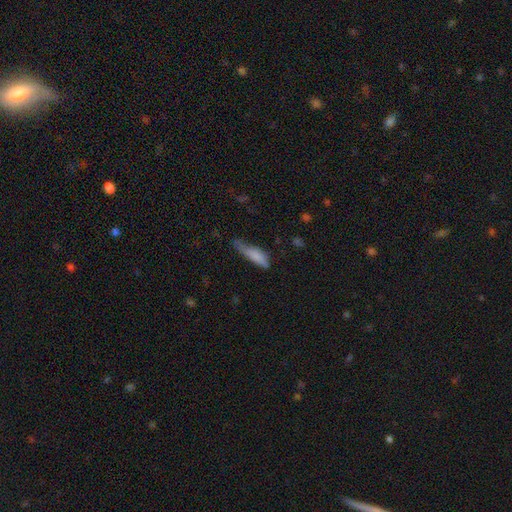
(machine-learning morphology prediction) smooth_or_featured: smooth (p=0.76) [alt: featured or disk p=0.17]
how_rounded: cigar-shaped (p=0.62) [alt: in between p=0.36]
merging: minor disturbance (p=0.42) [alt: none p=0.30]